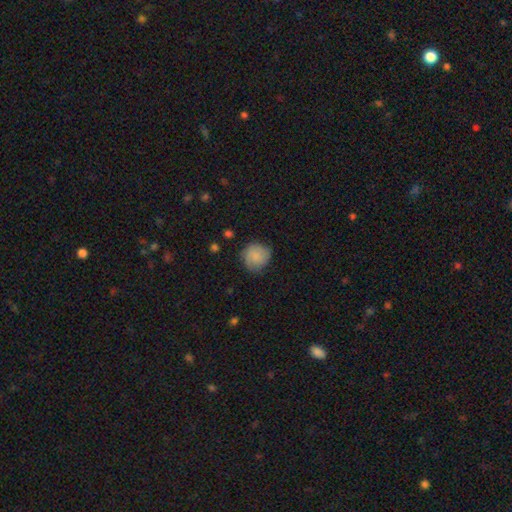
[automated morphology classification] Smooth or featured? Predicted: smooth (p=0.80). How rounded? Predicted: round (p=0.89). Merging? Predicted: none (p=0.72).